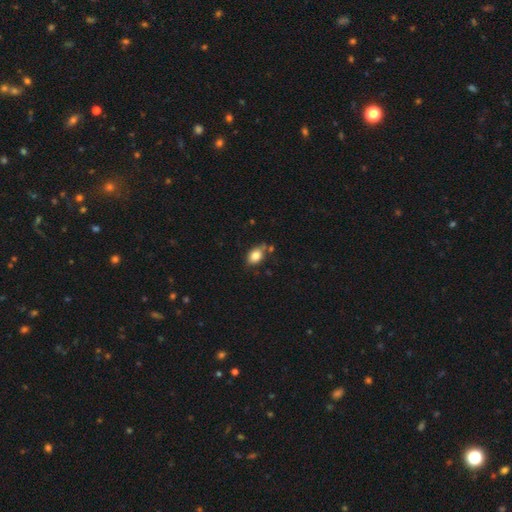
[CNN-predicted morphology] This appears to be a smooth galaxy with no disk features (82%) that is in between round and cigar-shaped (78%). Merging: none (64%).